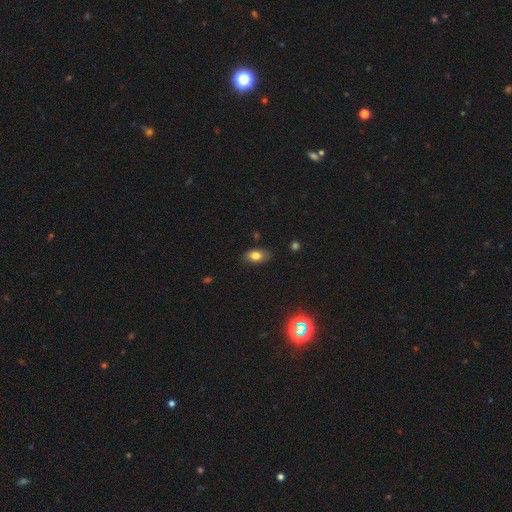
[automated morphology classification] This is likely a smooth galaxy (78%). How rounded: clearly in between (89%). Merging: clearly none (82%).